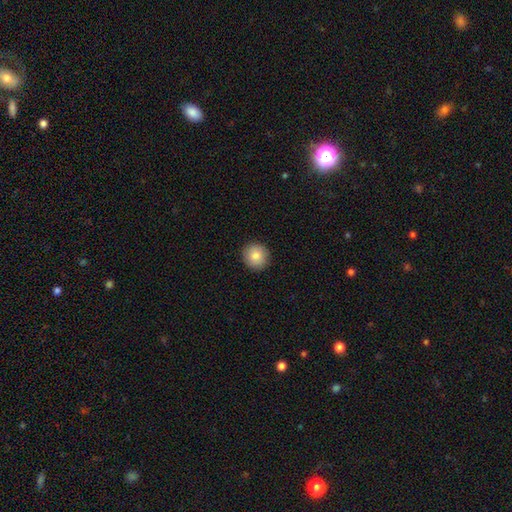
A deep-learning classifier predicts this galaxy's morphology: Smooth or featured?
  - smooth: 84% *
  - featured or disk: 8%
  - star or artifact: 8%
How rounded?
  - round: 92% *
  - in between: 7%
  - cigar-shaped: 1%
Merging?
  - none: 91% *
  - minor disturbance: 6%
  - major disturbance: 2%
  - merger: 1%